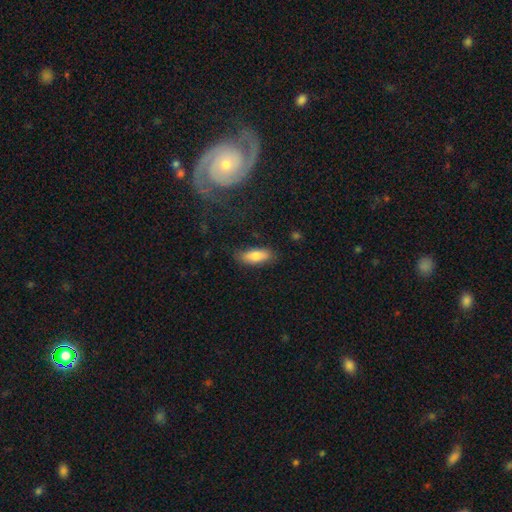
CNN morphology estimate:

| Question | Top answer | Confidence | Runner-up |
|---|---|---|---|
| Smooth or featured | smooth | 80% | featured or disk (13%) |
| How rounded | in between | 76% | cigar-shaped (22%) |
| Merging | none | 80% | minor disturbance (15%) |